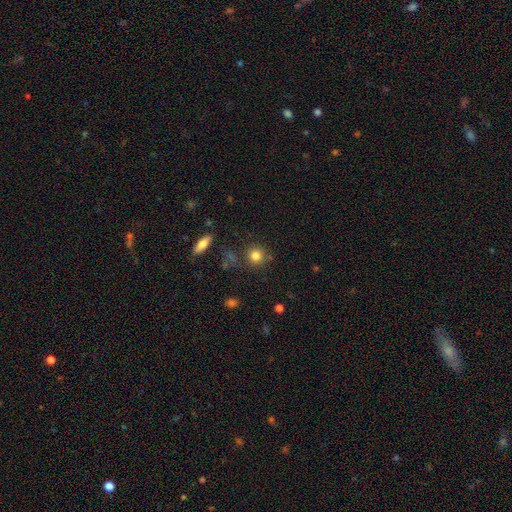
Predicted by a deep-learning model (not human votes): A smooth galaxy with no disk features (82%) that is round (90%).

Vote fractions:
- Smooth or featured? smooth: 82% / star or artifact: 11% / featured or disk: 7%
- How rounded? round: 90% / in between: 9% / cigar-shaped: 1%
- Merging? none: 81% / minor disturbance: 10% / merger: 5% / major disturbance: 4%